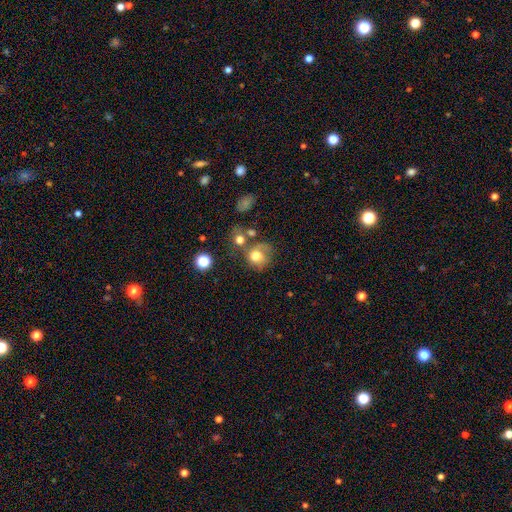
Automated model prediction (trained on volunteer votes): Q: Smooth or featured?
A: smooth (66%); runner-up: featured or disk (23%)
Q: How rounded?
A: round (76%); runner-up: in between (23%)
Q: Merging?
A: none (40%); runner-up: merger (21%)